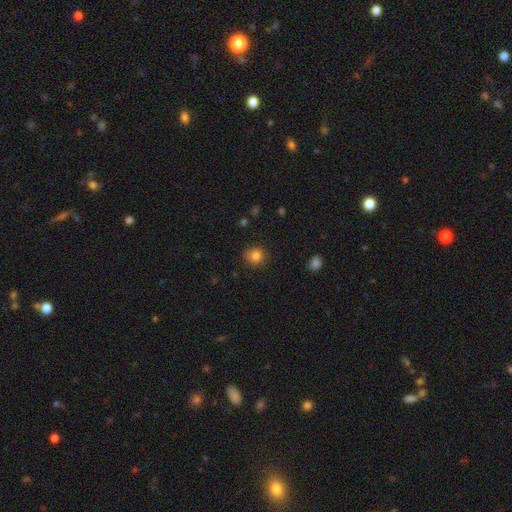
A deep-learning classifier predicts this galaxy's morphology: Overall: smooth (81%). How rounded: round (83%). Merging: none (81%).